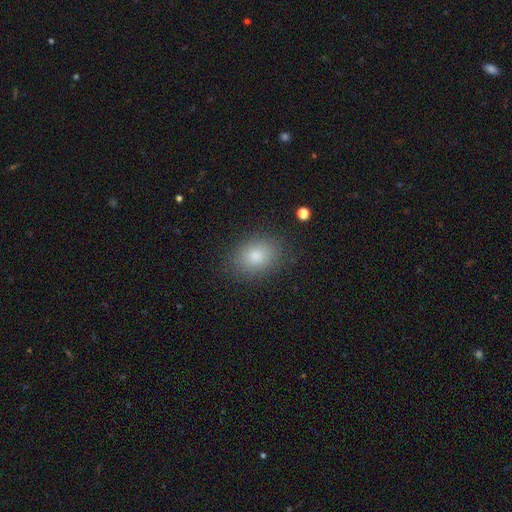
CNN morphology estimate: A smooth galaxy with no disk features (80%) that is in between round and cigar-shaped (66%).

Vote fractions:
- Smooth or featured? smooth: 80% / star or artifact: 11% / featured or disk: 9%
- How rounded? in between: 66% / round: 33% / cigar-shaped: 1%
- Merging? none: 86% / minor disturbance: 10% / major disturbance: 3% / merger: 1%